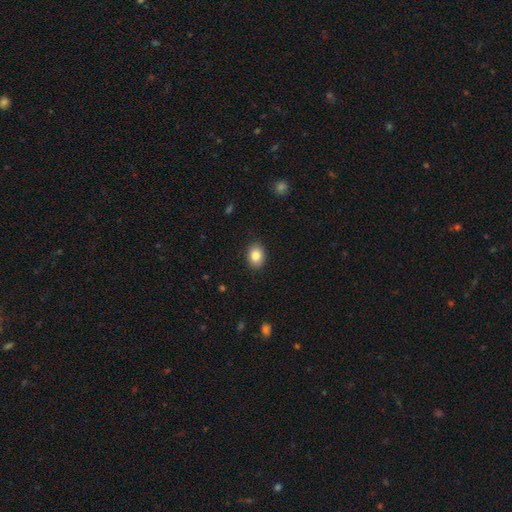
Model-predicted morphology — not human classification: A smooth galaxy with no disk features (84%) that is in between round and cigar-shaped (66%). Merging: none (88%).